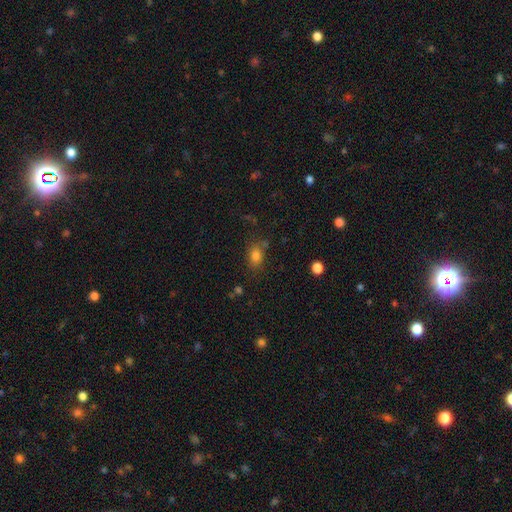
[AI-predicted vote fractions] Smooth or featured? Predicted: smooth (p=0.80). How rounded? Predicted: in between (p=0.65). Merging? Predicted: none (p=0.69).